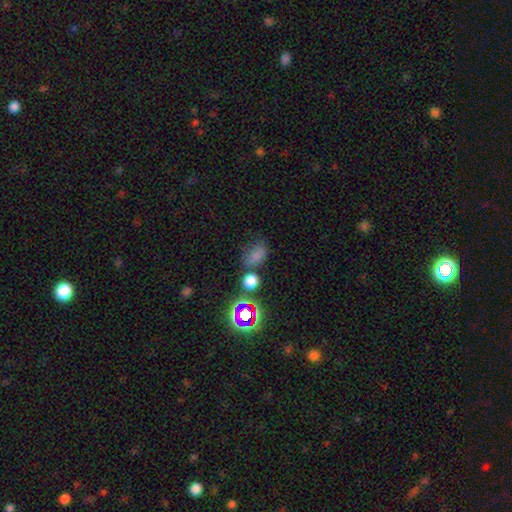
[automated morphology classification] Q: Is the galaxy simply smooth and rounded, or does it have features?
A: smooth — 69%.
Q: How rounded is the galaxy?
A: in between — 72%.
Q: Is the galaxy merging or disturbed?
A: none — 53%.